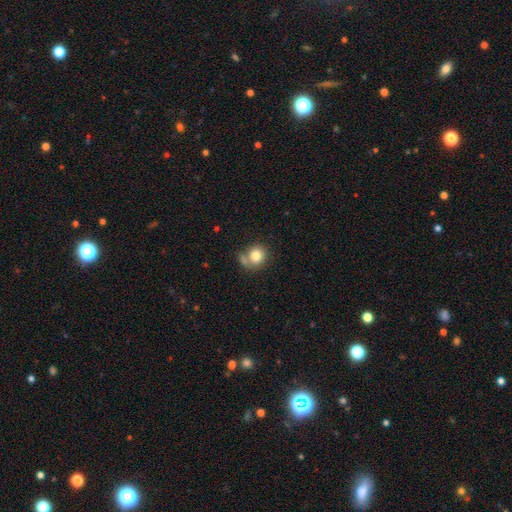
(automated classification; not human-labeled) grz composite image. It shows a smooth galaxy with no disk features (81%) that is round (82%). Merging: none (55%).